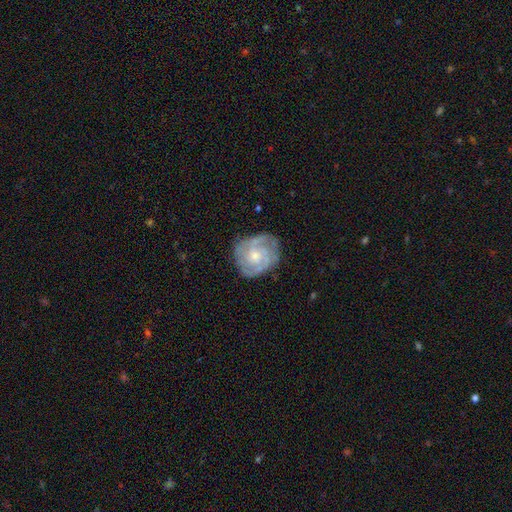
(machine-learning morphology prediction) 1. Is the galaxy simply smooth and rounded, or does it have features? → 80% featured or disk, 15% smooth, 5% star or artifact.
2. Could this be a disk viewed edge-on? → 98% no, 2% yes.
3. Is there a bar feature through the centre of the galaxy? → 75% no, 22% weak, 3% strong.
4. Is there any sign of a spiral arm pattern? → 92% yes, 8% no.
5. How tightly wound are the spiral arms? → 61% tight, 32% medium, 7% loose.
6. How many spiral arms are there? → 30% can't tell, 28% 3, 21% 2, 11% 4, 5% 1, 5% more than 4.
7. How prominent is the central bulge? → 48% small, 45% moderate, 4% none, 3% large, 1% dominant.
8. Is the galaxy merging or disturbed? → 74% none, 18% minor disturbance, 7% major disturbance, 1% merger.